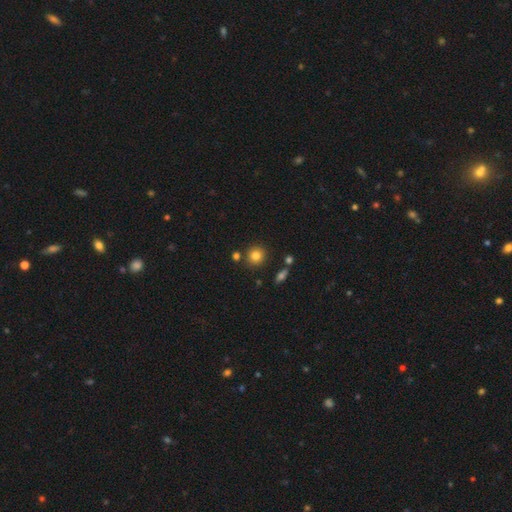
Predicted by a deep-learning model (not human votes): This appears to be a smooth galaxy with no disk features (82%) that is round (90%). Merging: none (83%).